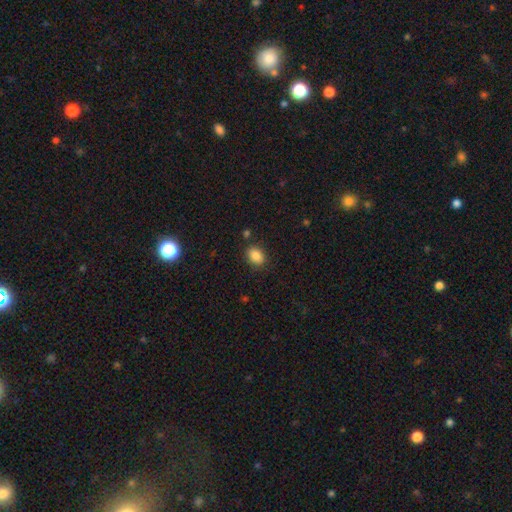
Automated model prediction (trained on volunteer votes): Smooth or featured?
  - smooth: 86% *
  - star or artifact: 9%
  - featured or disk: 5%
How rounded?
  - in between: 68% *
  - round: 31%
  - cigar-shaped: 1%
Merging?
  - none: 83% *
  - minor disturbance: 11%
  - merger: 3%
  - major disturbance: 3%